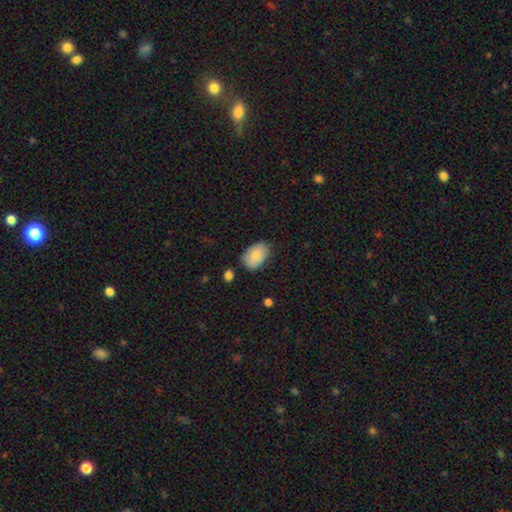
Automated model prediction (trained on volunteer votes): The model was most divided on "merging": none: 74%, minor disturbance: 20%, major disturbance: 4%, merger: 3%. More confident: how rounded — in between (90%); smooth or featured — smooth (85%).